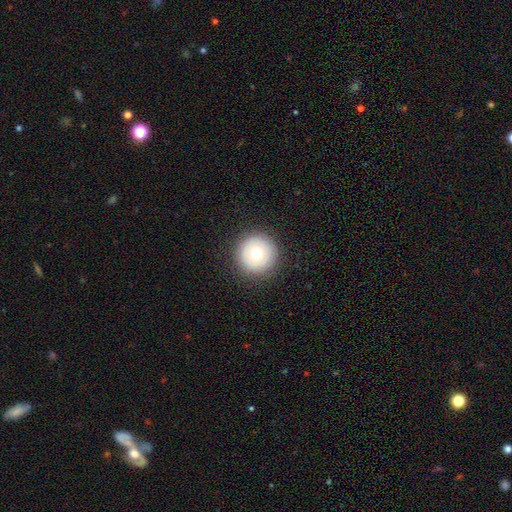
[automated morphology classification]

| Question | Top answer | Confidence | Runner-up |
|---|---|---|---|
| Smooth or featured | smooth | 68% | featured or disk (22%) |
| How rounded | round | 97% | in between (2%) |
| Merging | none | 91% | minor disturbance (6%) |